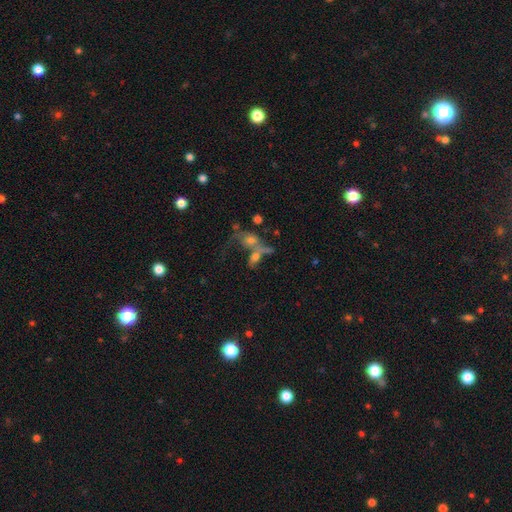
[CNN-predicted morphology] A featured or disk galaxy (40%, tied with smooth). Merging: merger (50%).